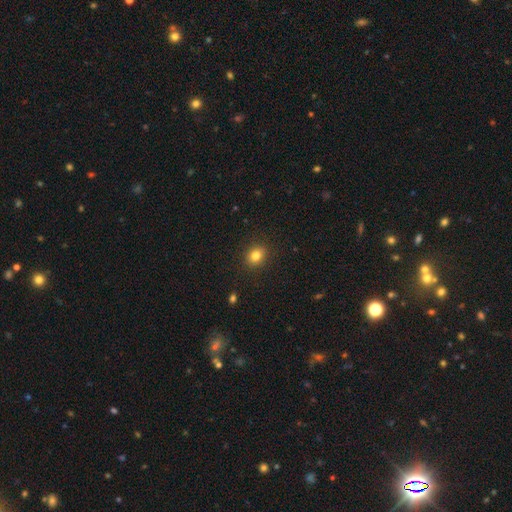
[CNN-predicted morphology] A smooth galaxy with no disk features (82%) that is round (52%). Merging: none (89%).